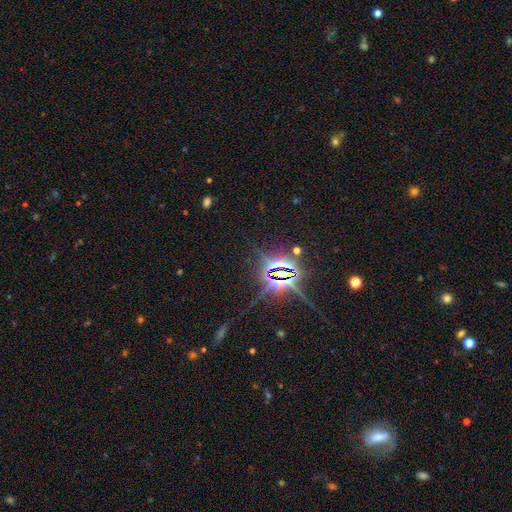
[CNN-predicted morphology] Q: Smooth or featured?
A: star or artifact (85%); runner-up: smooth (8%)